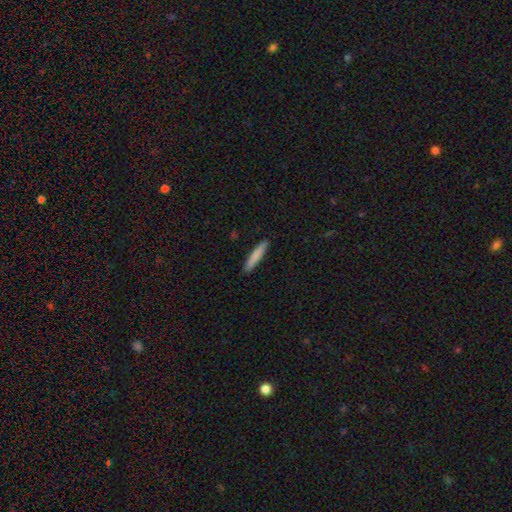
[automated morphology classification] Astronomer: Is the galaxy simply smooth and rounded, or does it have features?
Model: smooth — 82%.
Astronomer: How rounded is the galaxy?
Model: cigar-shaped — 92%.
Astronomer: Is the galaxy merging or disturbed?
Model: none — 91%.